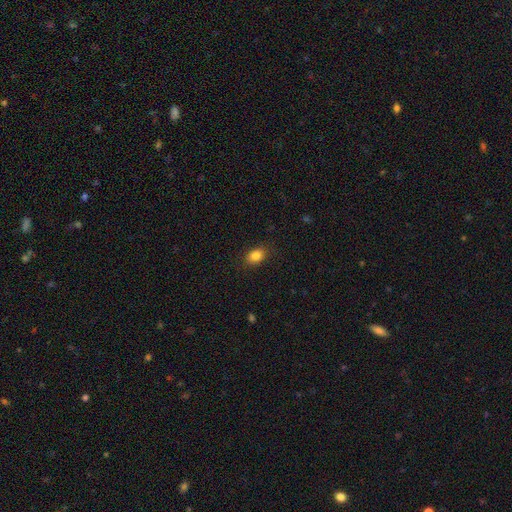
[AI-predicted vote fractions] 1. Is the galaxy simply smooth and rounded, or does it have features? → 84% smooth, 10% star or artifact, 6% featured or disk.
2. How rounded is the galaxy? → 75% in between, 24% round, 1% cigar-shaped.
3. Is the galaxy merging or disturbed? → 87% none, 9% minor disturbance, 2% major disturbance, 1% merger.